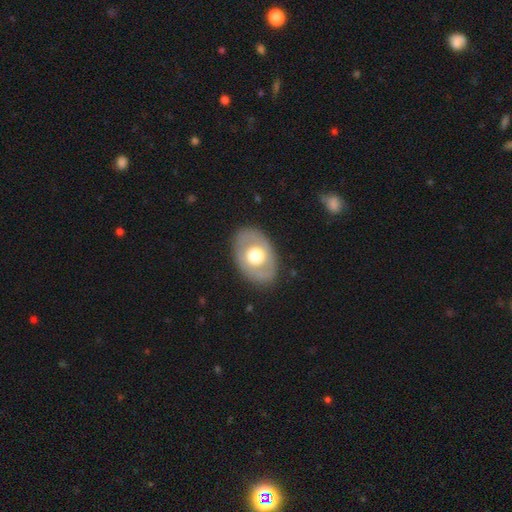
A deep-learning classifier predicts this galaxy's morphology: Q: Smooth or featured?
A: smooth (49%); runner-up: featured or disk (46%)
Q: Merging?
A: none (84%); runner-up: minor disturbance (11%)